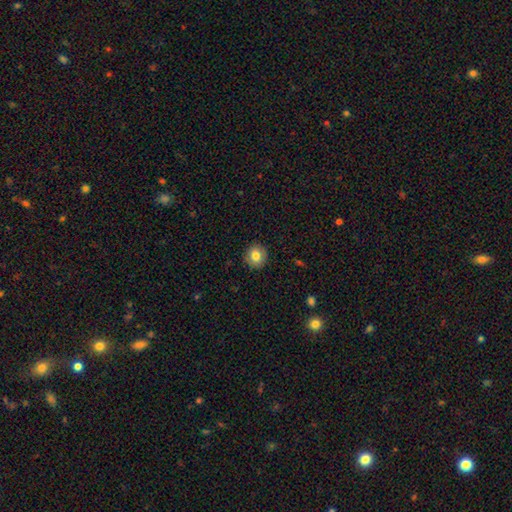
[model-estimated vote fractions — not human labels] smooth_or_featured: smooth (p=0.82) [alt: featured or disk p=0.09]
how_rounded: round (p=0.87) [alt: in between p=0.12]
merging: none (p=0.90) [alt: minor disturbance p=0.07]